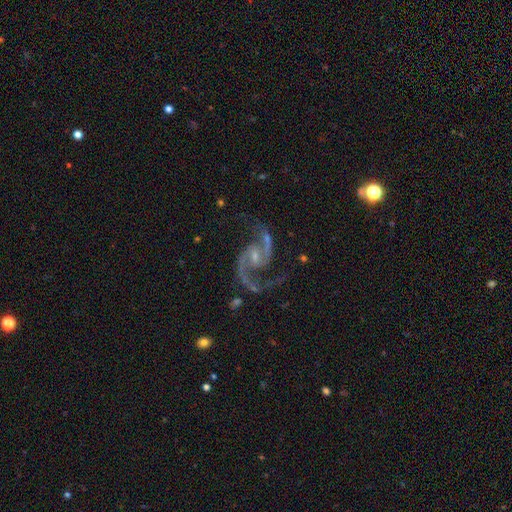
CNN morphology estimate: Smooth or featured?
  - featured or disk: 93% *
  - star or artifact: 5%
  - smooth: 2%
Edge-on disk?
  - no: 98% *
  - yes: 2%
Bar?
  - weak: 43% *
  - no: 42%
  - strong: 15%
Spiral arms?
  - yes: 99% *
  - no: 1%
Spiral winding?
  - medium: 59% *
  - loose: 31%
  - tight: 10%
Spiral arm count?
  - 2: 94% *
  - 1: 1%
  - can't tell: 1%
  - 3: 1%
  - 4: 1%
  - more than 4: 1%
Bulge size?
  - small: 65% *
  - moderate: 24%
  - none: 8%
  - large: 1%
  - dominant: 1%
Merging?
  - none: 73% *
  - minor disturbance: 15%
  - major disturbance: 9%
  - merger: 3%